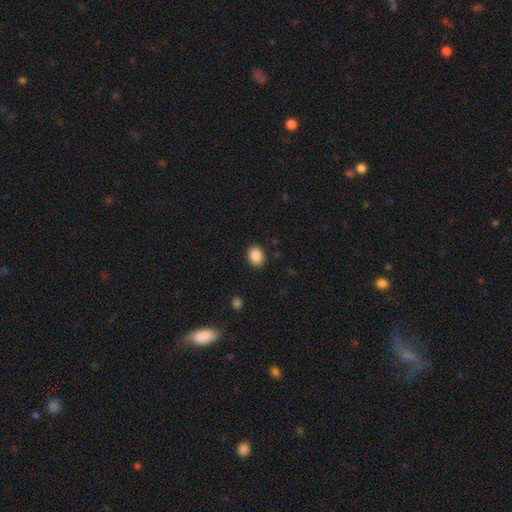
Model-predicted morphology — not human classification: Overall: smooth (88%). How rounded: in between (54%; round 45%). Merging: none (89%).